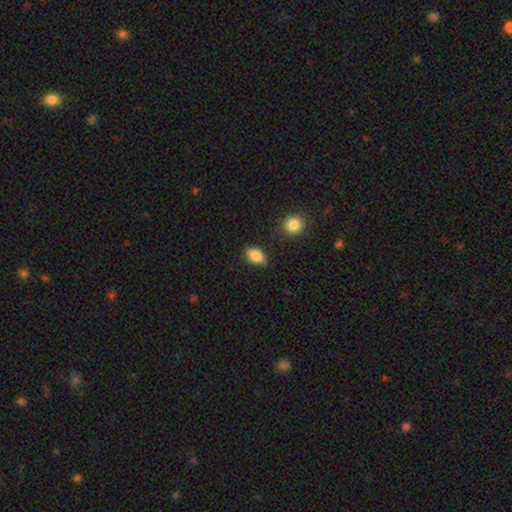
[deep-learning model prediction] Morphology: type=smooth (86%); roundness=in between (86%); merging=none (77%).